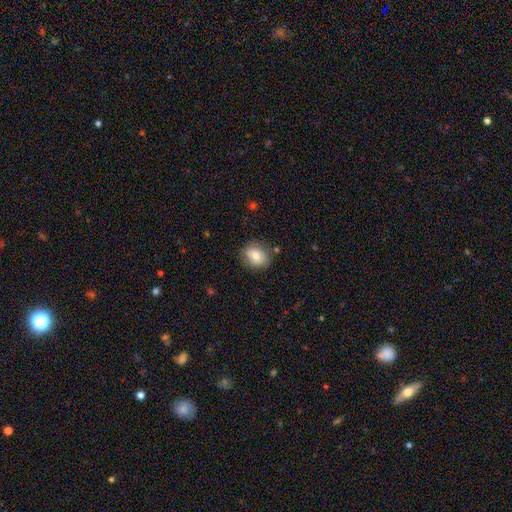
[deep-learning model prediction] Smooth or featured: smooth — 72% (featured or disk — 19%)
How rounded: round — 62% (in between — 37%)
Merging: none — 80% (minor disturbance — 13%)